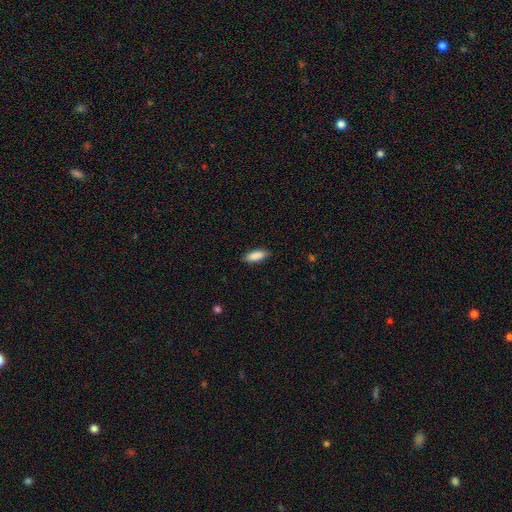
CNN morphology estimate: Q: Smooth or featured?
A: smooth (88%); runner-up: star or artifact (6%)
Q: How rounded?
A: in between (69%); runner-up: cigar-shaped (30%)
Q: Merging?
A: none (86%); runner-up: minor disturbance (11%)